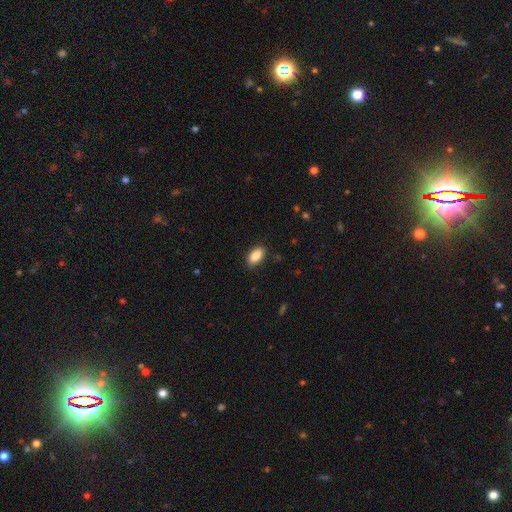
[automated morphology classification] This appears to be a smooth galaxy with no disk features (86%) that is in between round and cigar-shaped (92%). Merging: none (87%).